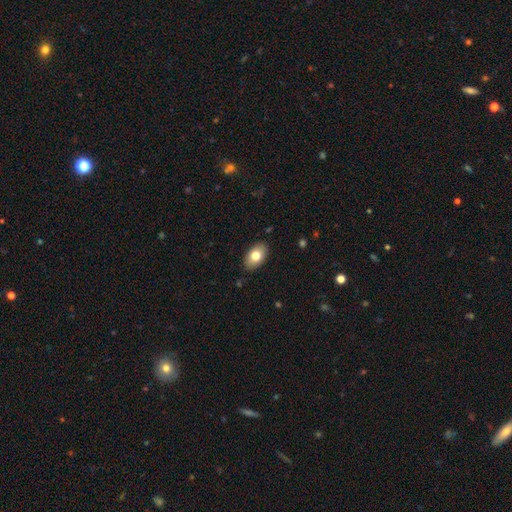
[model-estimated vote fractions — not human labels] smooth-or-featured: smooth: 77% | featured or disk: 16% | star or artifact: 7%
  how-rounded: in between: 92% | round: 7% | cigar-shaped: 1%
  merging: none: 87% | minor disturbance: 10% | major disturbance: 2% | merger: 1%